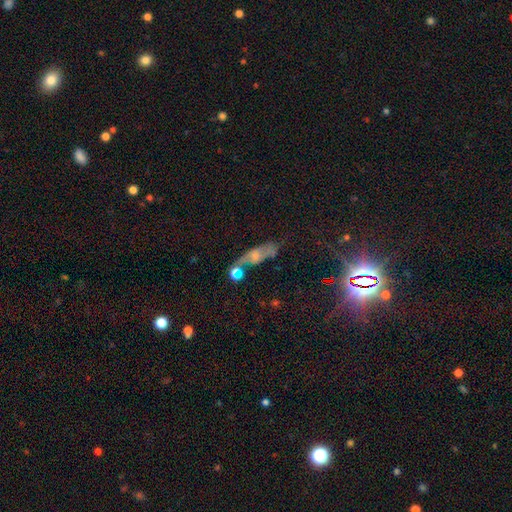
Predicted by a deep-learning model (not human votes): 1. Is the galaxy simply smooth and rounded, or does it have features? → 46% featured or disk, 35% smooth, 19% star or artifact.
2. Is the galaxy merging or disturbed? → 34% none, 29% merger, 19% major disturbance, 18% minor disturbance.